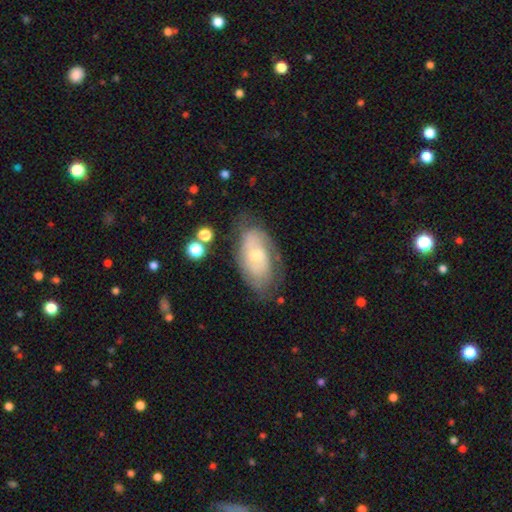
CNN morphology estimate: This is likely a featured or disk galaxy (63%). It is clearly not viewed edge-on (94%). Bar: likely no (63%). Spiral arm pattern: likely yes (77%). Central bulge: possibly small (52%). Merging: possibly none (60%).